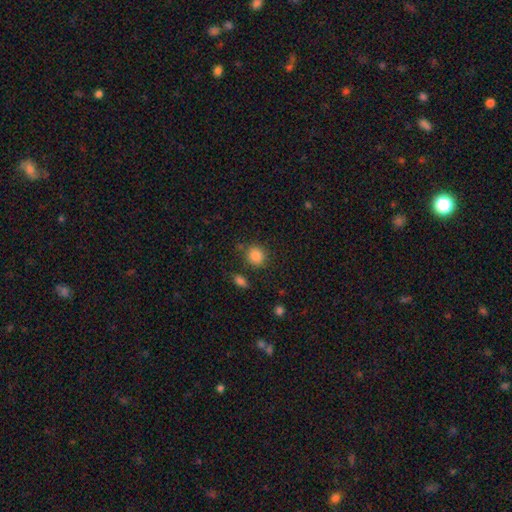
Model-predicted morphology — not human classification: smooth_or_featured: smooth (p=0.86) [alt: star or artifact p=0.10]
how_rounded: round (p=0.81) [alt: in between p=0.18]
merging: none (p=0.80) [alt: minor disturbance p=0.11]